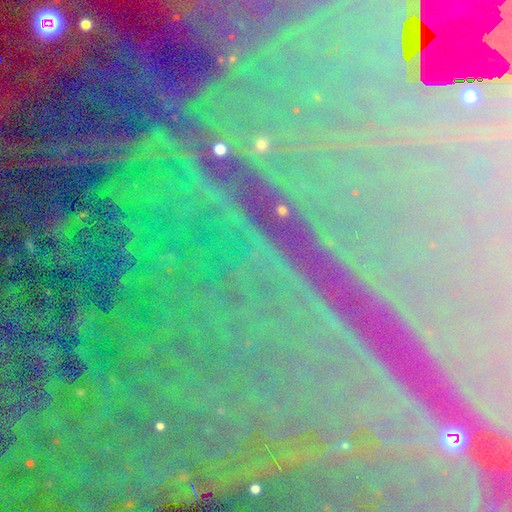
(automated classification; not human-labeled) Morphology: type=star or artifact (89%).